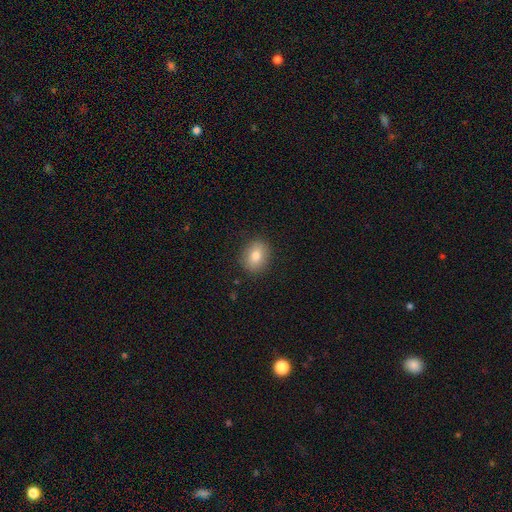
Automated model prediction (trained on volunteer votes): Smooth or featured? Predicted: smooth (p=0.79). How rounded? Predicted: in between (p=0.50). Merging? Predicted: none (p=0.89).